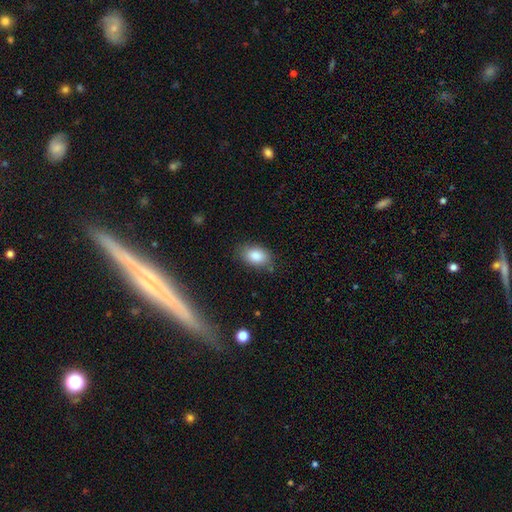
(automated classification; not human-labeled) Smooth or featured?
  - smooth: 86% *
  - star or artifact: 8%
  - featured or disk: 7%
How rounded?
  - in between: 88% *
  - round: 10%
  - cigar-shaped: 1%
Merging?
  - none: 78% *
  - minor disturbance: 16%
  - major disturbance: 4%
  - merger: 2%